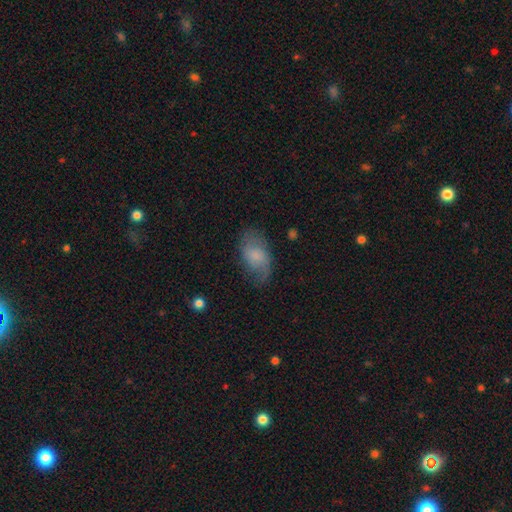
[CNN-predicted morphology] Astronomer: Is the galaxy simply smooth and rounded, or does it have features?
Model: smooth — 59%.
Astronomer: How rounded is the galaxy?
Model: in between — 92%.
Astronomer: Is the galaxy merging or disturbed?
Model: none — 63%.